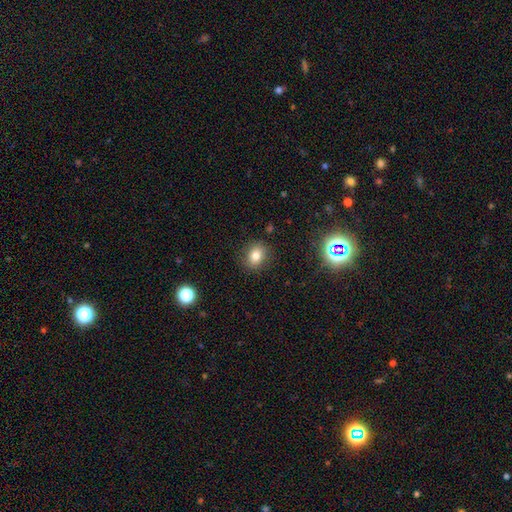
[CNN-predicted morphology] Q: Smooth or featured?
A: smooth (78%); runner-up: star or artifact (13%)
Q: How rounded?
A: round (53%); runner-up: in between (45%)
Q: Merging?
A: none (86%); runner-up: minor disturbance (10%)